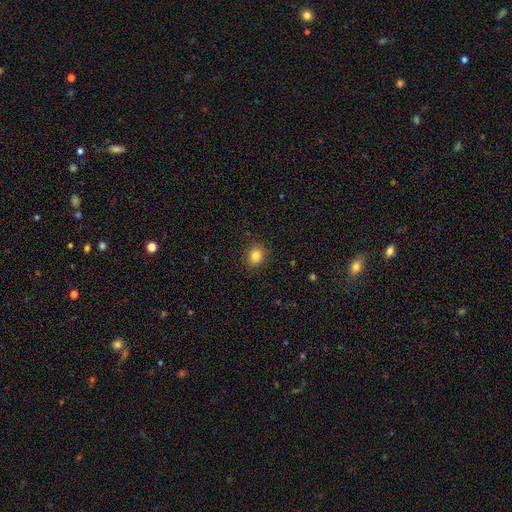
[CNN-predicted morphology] smooth-or-featured: smooth: 83% | star or artifact: 11% | featured or disk: 6%
  how-rounded: round: 70% | in between: 29% | cigar-shaped: 1%
  merging: none: 89% | minor disturbance: 8% | major disturbance: 2% | merger: 1%